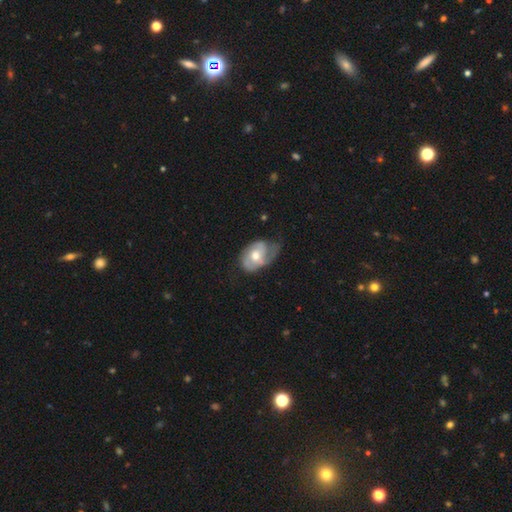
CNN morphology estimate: smooth_or_featured: featured or disk (p=0.58) [alt: smooth p=0.36]
disk_edge_on: no (p=0.96) [alt: yes p=0.04]
bar: no (p=0.69) [alt: weak p=0.25]
has_spiral_arms: yes (p=0.74) [alt: no p=0.26]
bulge_size: moderate (p=0.70) [alt: small p=0.22]
merging: minor disturbance (p=0.37) [alt: none p=0.34]